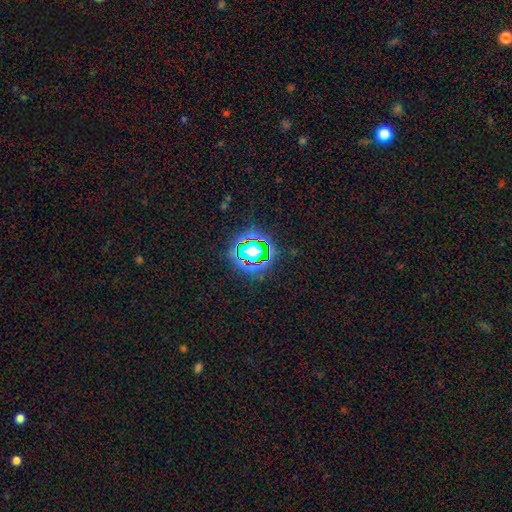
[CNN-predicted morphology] type=star or artifact (60%).